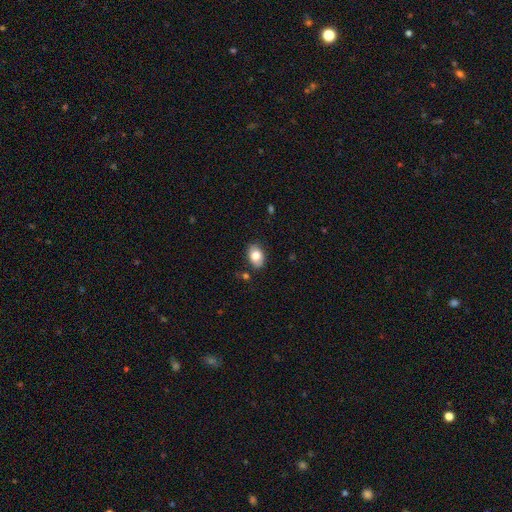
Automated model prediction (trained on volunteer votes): smooth_or_featured: smooth (p=0.81) [alt: featured or disk p=0.12]
how_rounded: in between (p=0.83) [alt: round p=0.16]
merging: none (p=0.83) [alt: minor disturbance p=0.12]